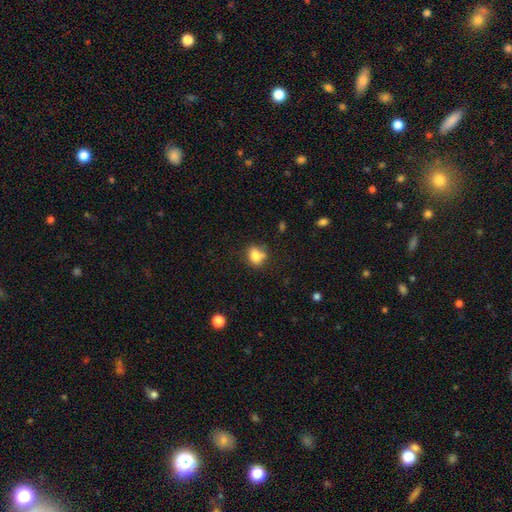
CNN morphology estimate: Overall: smooth (78%). How rounded: in between (50%; round 49%). Merging: none (56%; minor disturbance 20%).